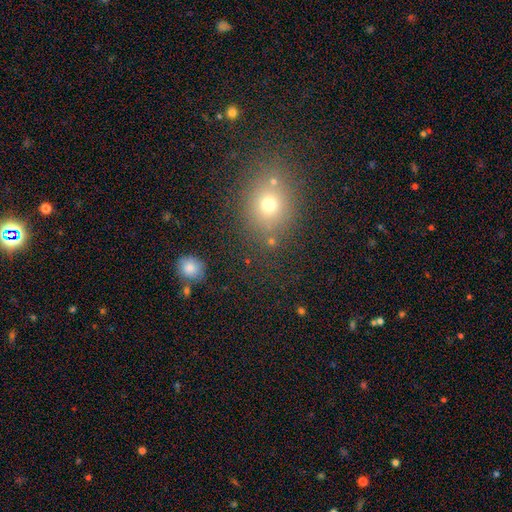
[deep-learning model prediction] Smooth or featured? smooth (58%)
How rounded? round (59%)
Merging? none (83%)